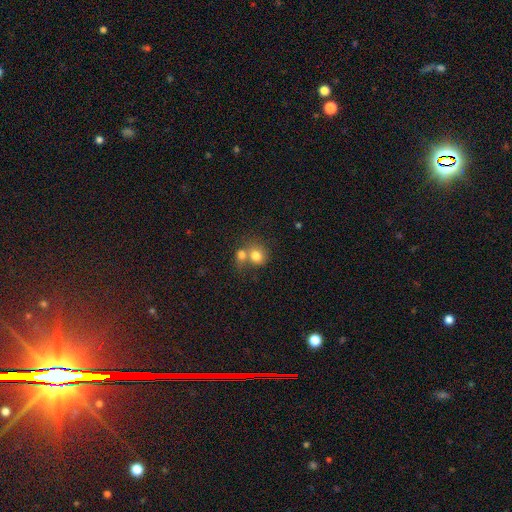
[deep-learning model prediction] Smooth or featured? smooth (77%)
How rounded? round (72%)
Merging? merger (58%)